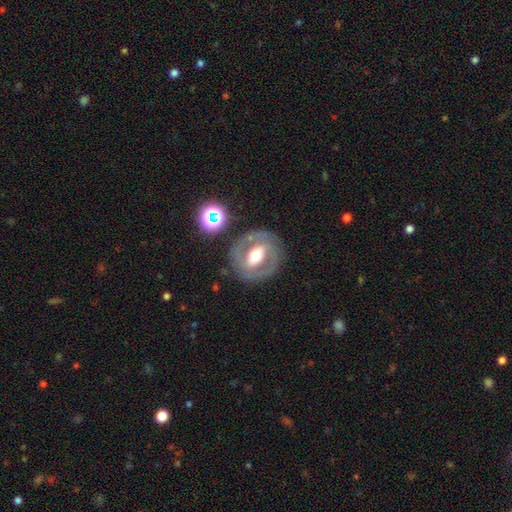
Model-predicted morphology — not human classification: This is likely a featured or disk galaxy (75%). It is clearly not viewed edge-on (95%). Bar: possibly strong (49%). Spiral arm pattern: likely yes (69%). Central bulge: likely moderate (68%). Merging: clearly none (81%).